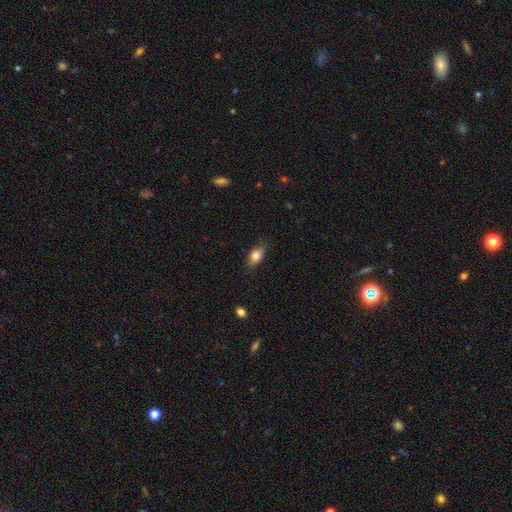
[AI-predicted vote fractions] Overall: smooth (82%). How rounded: in between (83%). Merging: none (79%).